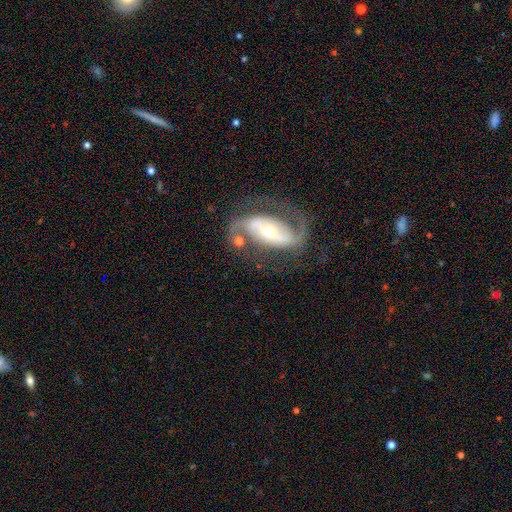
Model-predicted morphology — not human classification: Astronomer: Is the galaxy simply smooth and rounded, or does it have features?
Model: featured or disk — 84%.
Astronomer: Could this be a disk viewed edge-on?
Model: no — 94%.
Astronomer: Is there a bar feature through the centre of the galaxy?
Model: strong — 41% (runner-up: weak, 32%).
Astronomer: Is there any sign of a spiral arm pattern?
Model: yes — 92%.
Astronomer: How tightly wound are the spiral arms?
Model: medium — 47% (runner-up: tight, 34%).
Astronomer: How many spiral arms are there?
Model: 2 — 87%.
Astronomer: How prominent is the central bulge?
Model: moderate — 55% (runner-up: small, 34%).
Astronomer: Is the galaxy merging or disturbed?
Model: none — 73%.